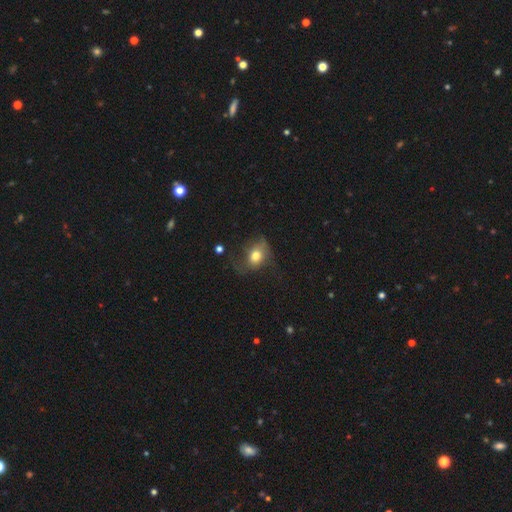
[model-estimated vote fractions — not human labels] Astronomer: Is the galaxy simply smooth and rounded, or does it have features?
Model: smooth — 63%.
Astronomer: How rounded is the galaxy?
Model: in between — 57% (runner-up: round, 41%).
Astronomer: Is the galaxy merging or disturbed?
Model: none — 39% (runner-up: major disturbance, 33%).